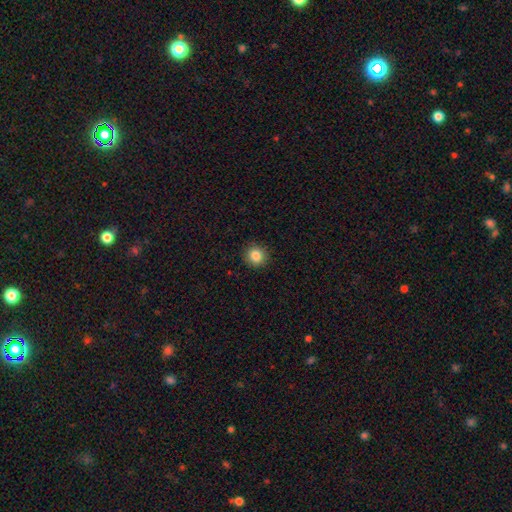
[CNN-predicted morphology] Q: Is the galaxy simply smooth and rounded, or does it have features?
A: smooth — 85%.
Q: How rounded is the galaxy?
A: round — 91%.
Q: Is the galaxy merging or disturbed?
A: none — 91%.